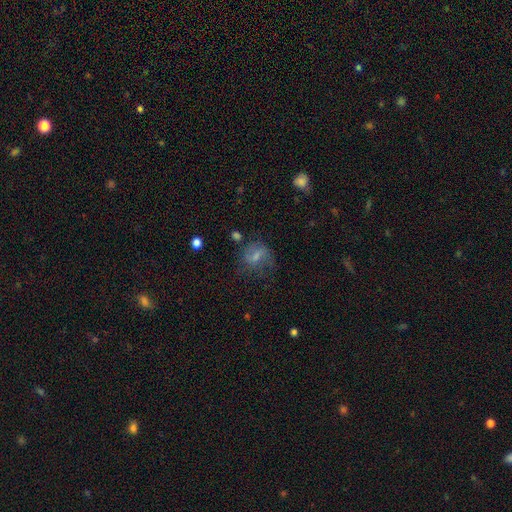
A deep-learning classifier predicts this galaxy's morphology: This is possibly a smooth galaxy (53%). How rounded: possibly round (57%). Merging: marginally none (45%).